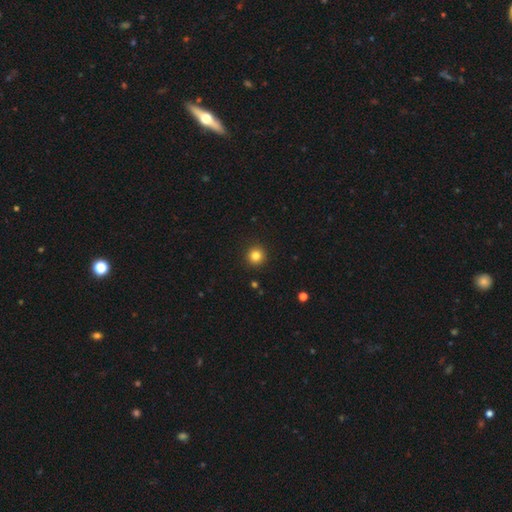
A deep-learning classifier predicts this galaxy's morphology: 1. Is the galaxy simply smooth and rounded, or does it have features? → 83% smooth, 12% star or artifact, 5% featured or disk.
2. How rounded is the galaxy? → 95% round, 4% in between, 1% cigar-shaped.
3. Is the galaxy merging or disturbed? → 93% none, 5% minor disturbance, 2% major disturbance, 1% merger.